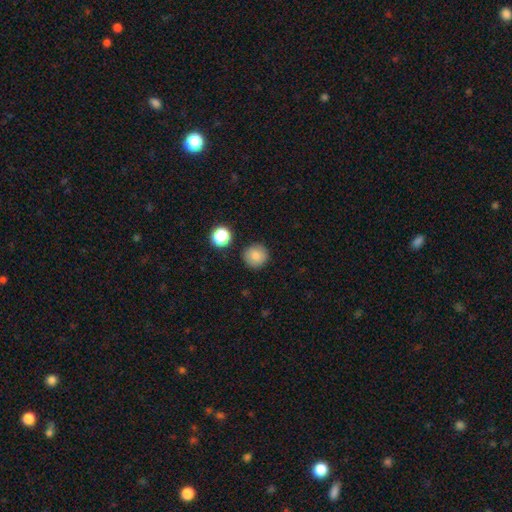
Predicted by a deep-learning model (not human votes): A smooth galaxy with no disk features (82%) that is round (94%).

Vote fractions:
- Smooth or featured? smooth: 82% / star or artifact: 10% / featured or disk: 7%
- How rounded? round: 94% / in between: 5% / cigar-shaped: 1%
- Merging? none: 88% / minor disturbance: 7% / merger: 3% / major disturbance: 2%